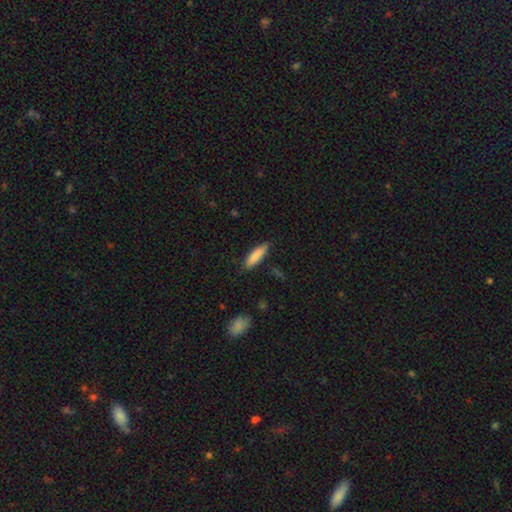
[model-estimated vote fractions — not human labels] A smooth galaxy with no disk features (85%) that is cigar-shaped (62%).

Vote fractions:
- Smooth or featured? smooth: 85% / featured or disk: 9% / star or artifact: 6%
- How rounded? cigar-shaped: 62% / in between: 37% / round: 2%
- Merging? none: 83% / minor disturbance: 13% / major disturbance: 2% / merger: 2%